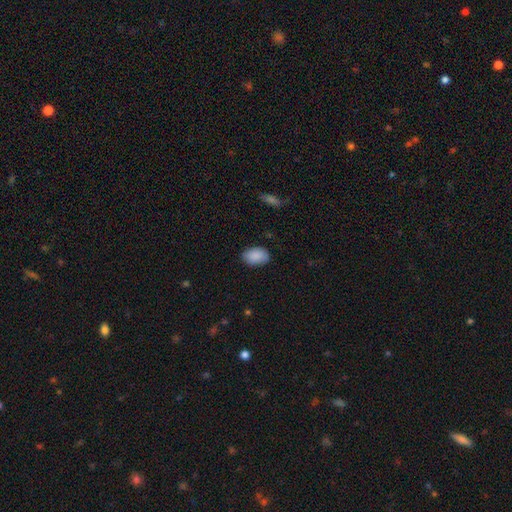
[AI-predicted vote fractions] Morphology: type=smooth (89%); roundness=in between (88%); merging=none (86%).